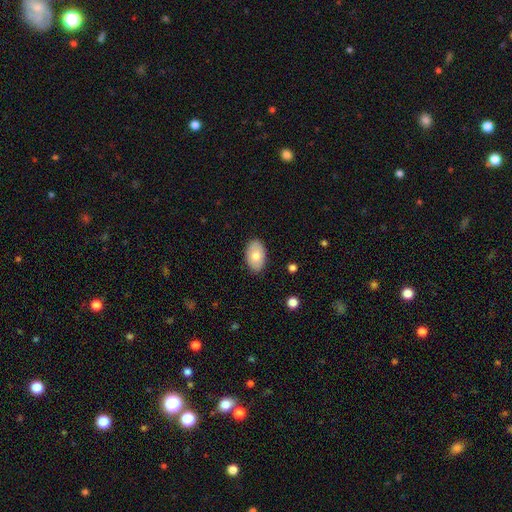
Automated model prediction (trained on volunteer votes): smooth-or-featured: smooth: 76% | featured or disk: 17% | star or artifact: 6%
  how-rounded: in between: 92% | round: 7% | cigar-shaped: 1%
  merging: none: 86% | minor disturbance: 11% | major disturbance: 2% | merger: 1%